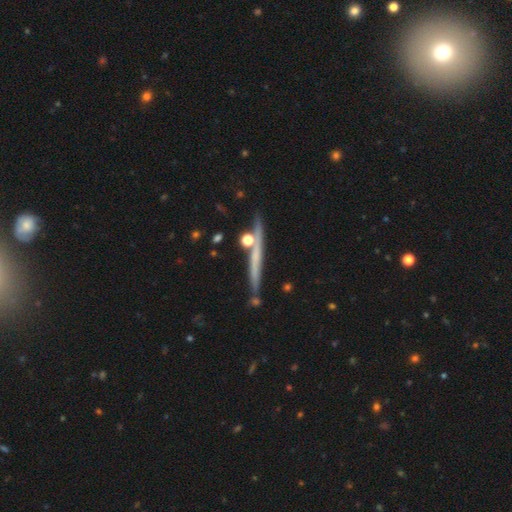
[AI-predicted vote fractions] Smooth or featured? featured or disk (59%)
Edge-on disk? yes (94%)
Edge-on bulge? none (70%)
Merging? none (76%)